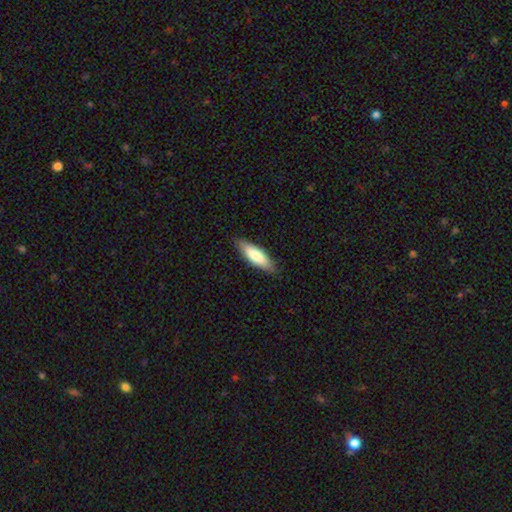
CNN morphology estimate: Smooth or featured? Predicted: smooth (p=0.76). How rounded? Predicted: cigar-shaped (p=0.51). Merging? Predicted: none (p=0.85).